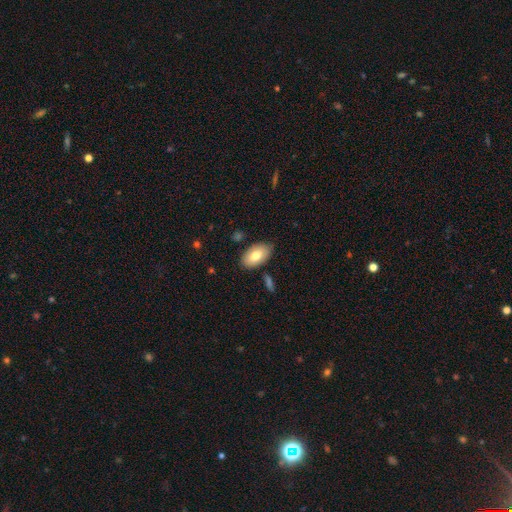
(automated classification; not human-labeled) The model was most divided on "smooth or featured": smooth: 75%, featured or disk: 19%, star or artifact: 6%. More confident: how rounded — in between (94%); merging — none (81%).